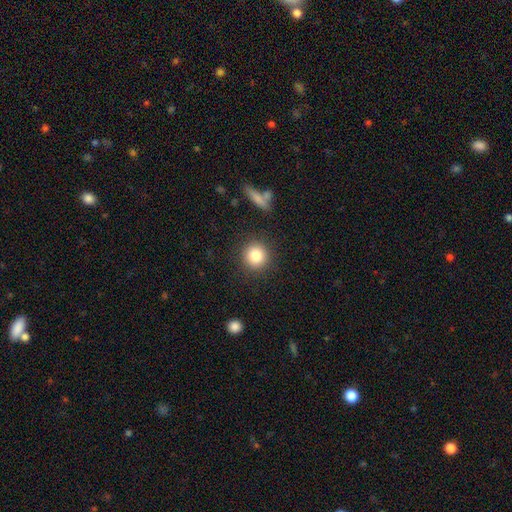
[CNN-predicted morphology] Smooth or featured? Predicted: smooth (p=0.83). How rounded? Predicted: round (p=0.92). Merging? Predicted: none (p=0.88).